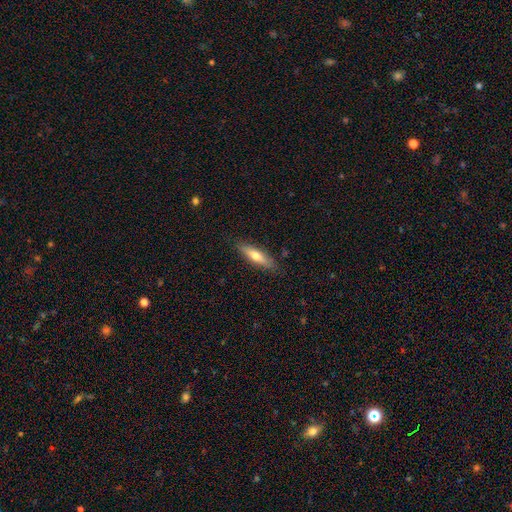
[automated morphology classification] smooth-or-featured: smooth: 61% | featured or disk: 33% | star or artifact: 6%
  how-rounded: cigar-shaped: 69% | in between: 29% | round: 2%
  merging: none: 85% | minor disturbance: 11% | major disturbance: 2% | merger: 1%